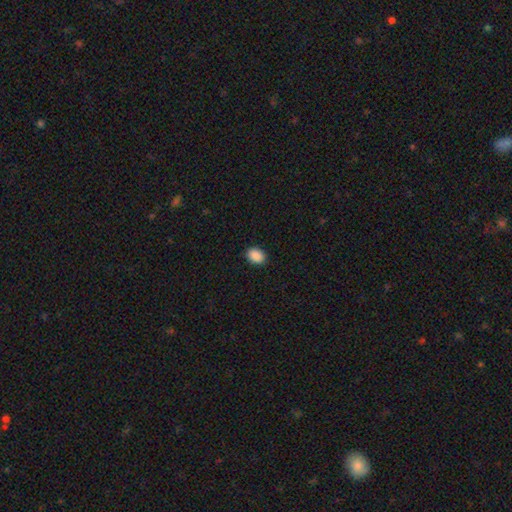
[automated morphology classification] This is clearly a smooth galaxy (90%). How rounded: likely in between (75%). Merging: clearly none (91%).